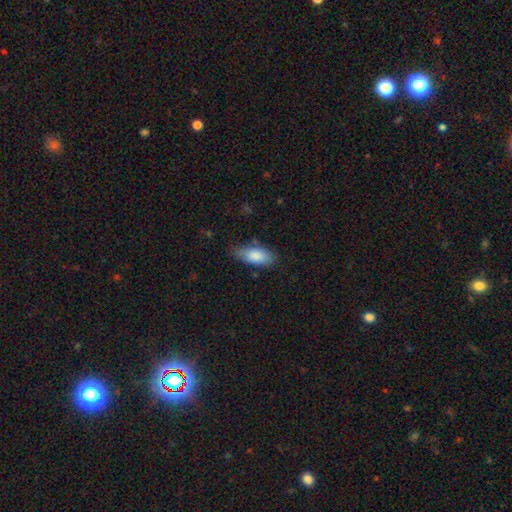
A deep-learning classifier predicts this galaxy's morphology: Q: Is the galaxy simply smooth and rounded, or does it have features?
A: smooth — 85%.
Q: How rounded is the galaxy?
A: in between — 83%.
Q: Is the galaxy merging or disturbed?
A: none — 71%.